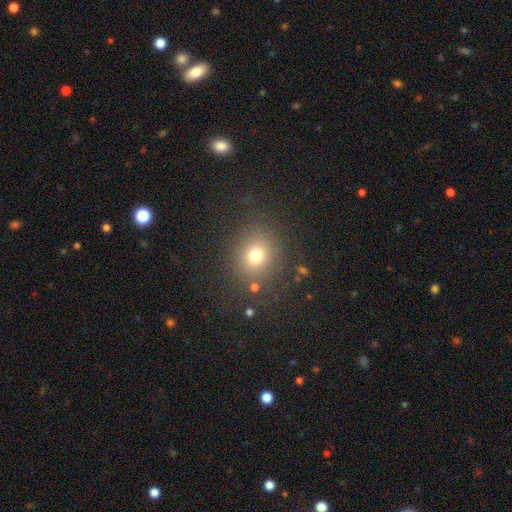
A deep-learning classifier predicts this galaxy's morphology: type=smooth (73%); roundness=round (74%); merging=none (81%).